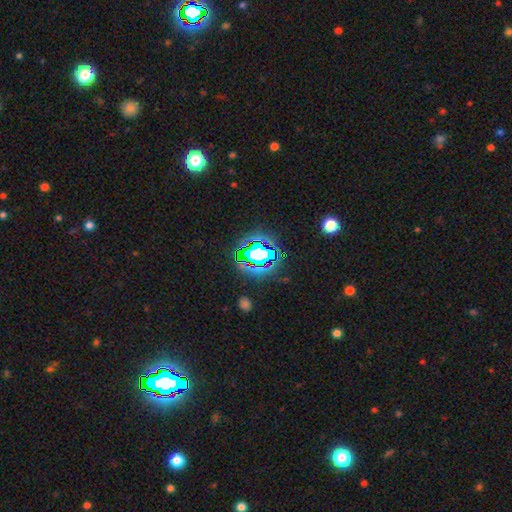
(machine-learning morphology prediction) A star or artifact, not a galaxy (65%).